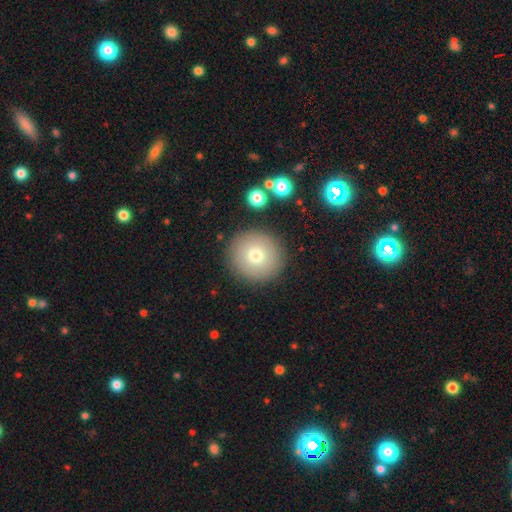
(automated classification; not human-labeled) smooth_or_featured: smooth (p=0.73) [alt: featured or disk p=0.16]
how_rounded: round (p=0.96) [alt: in between p=0.03]
merging: none (p=0.88) [alt: minor disturbance p=0.07]